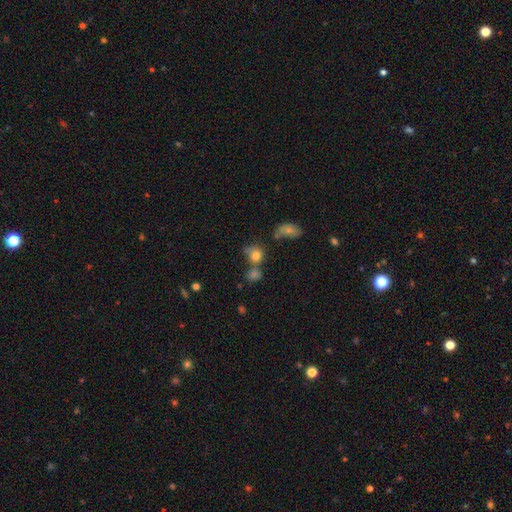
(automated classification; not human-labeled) smooth_or_featured: smooth (p=0.78) [alt: star or artifact p=0.12]
how_rounded: round (p=0.72) [alt: in between p=0.26]
merging: none (p=0.47) [alt: merger p=0.28]